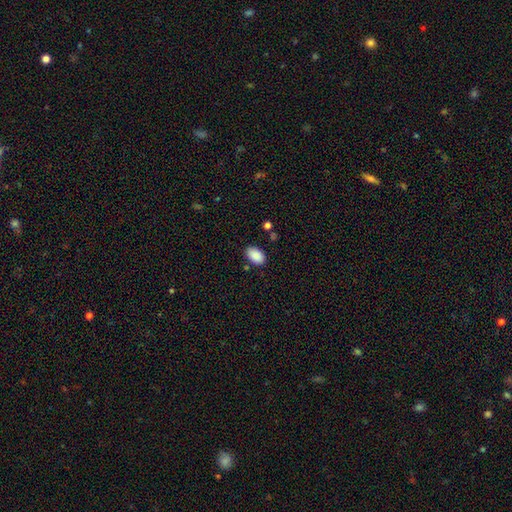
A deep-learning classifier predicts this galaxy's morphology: A smooth galaxy with no disk features (89%) that is in between round and cigar-shaped (91%).

Vote fractions:
- Smooth or featured? smooth: 89% / star or artifact: 7% / featured or disk: 3%
- How rounded? in between: 91% / round: 8% / cigar-shaped: 1%
- Merging? none: 82% / minor disturbance: 12% / major disturbance: 3% / merger: 3%